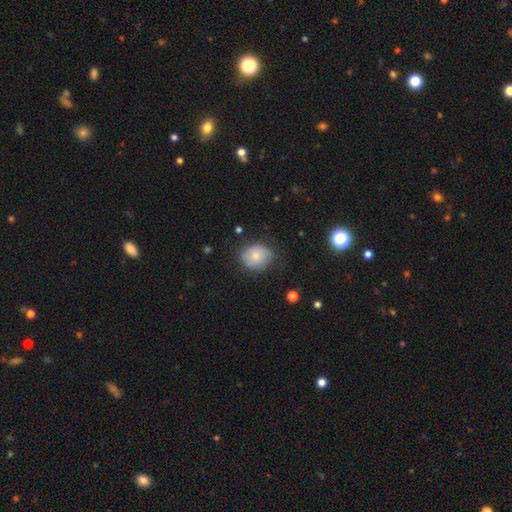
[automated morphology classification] smooth-or-featured: smooth: 76% | featured or disk: 16% | star or artifact: 8%
  how-rounded: round: 69% | in between: 31% | cigar-shaped: 1%
  merging: none: 64% | minor disturbance: 27% | major disturbance: 7% | merger: 2%